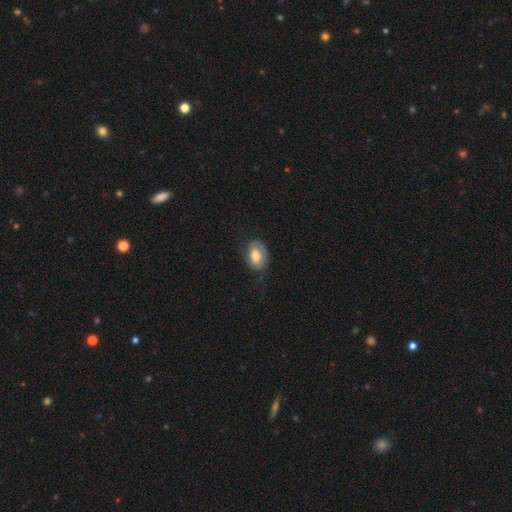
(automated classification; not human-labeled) Morphology: type=smooth (61%); roundness=in between (82%); merging=none (58%).